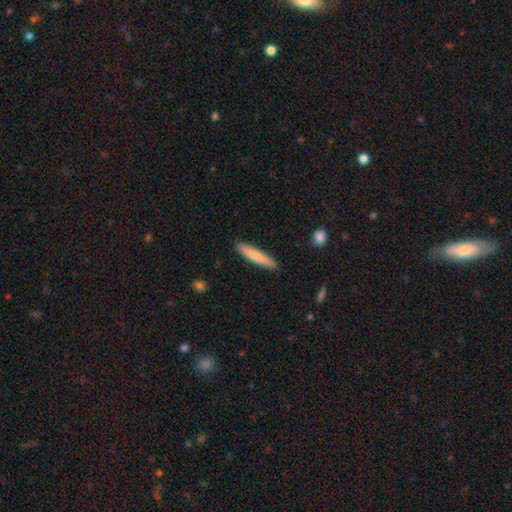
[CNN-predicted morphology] Smooth or featured? Predicted: smooth (p=0.75). How rounded? Predicted: cigar-shaped (p=0.91). Merging? Predicted: none (p=0.91).